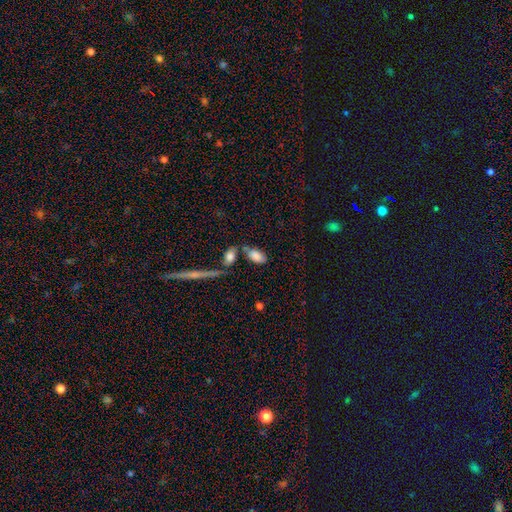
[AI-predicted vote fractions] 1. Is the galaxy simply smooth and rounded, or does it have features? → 82% smooth, 11% featured or disk, 8% star or artifact.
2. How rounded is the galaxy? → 92% in between, 5% cigar-shaped, 4% round.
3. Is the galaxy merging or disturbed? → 54% none, 24% merger, 16% minor disturbance, 7% major disturbance.